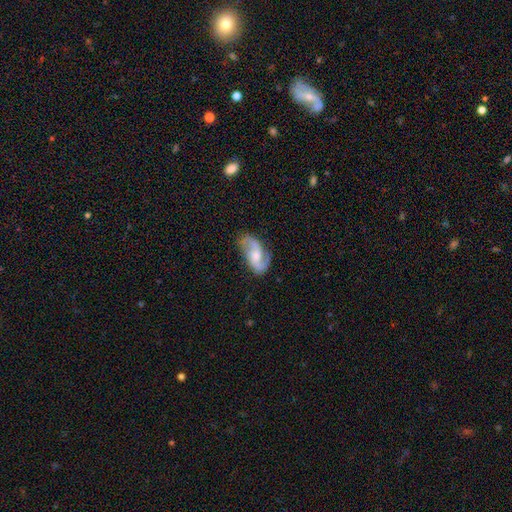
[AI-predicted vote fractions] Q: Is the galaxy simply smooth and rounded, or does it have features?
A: featured or disk — 80%.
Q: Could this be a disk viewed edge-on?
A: no — 97%.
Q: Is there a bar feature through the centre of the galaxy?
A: no — 48%.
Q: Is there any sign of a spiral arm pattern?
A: yes — 95%.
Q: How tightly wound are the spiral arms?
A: loose — 50%.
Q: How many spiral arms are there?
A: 2 — 90%.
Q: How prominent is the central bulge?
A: moderate — 46%.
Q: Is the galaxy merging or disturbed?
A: none — 67%.